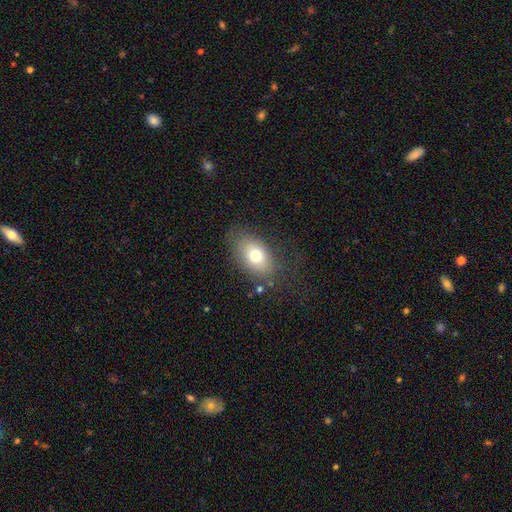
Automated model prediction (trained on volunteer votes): Smooth or featured: smooth — 72% (featured or disk — 18%)
How rounded: in between — 84% (round — 14%)
Merging: none — 73% (minor disturbance — 16%)